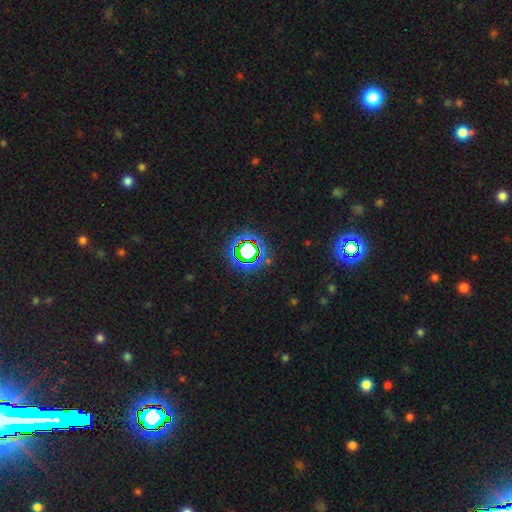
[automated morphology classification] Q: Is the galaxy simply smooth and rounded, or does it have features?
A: star or artifact — 76%.